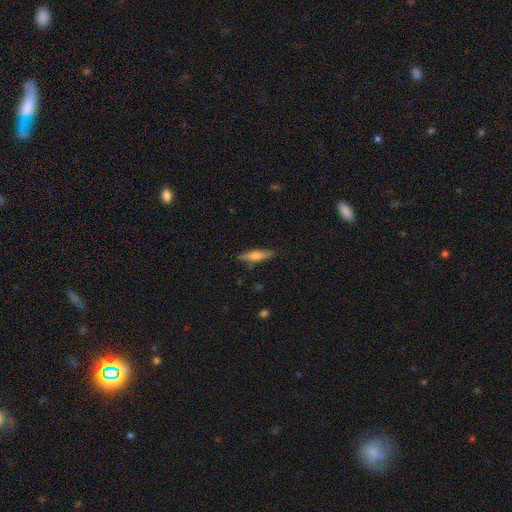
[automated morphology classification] Smooth or featured? featured or disk (48%)
Merging? none (84%)